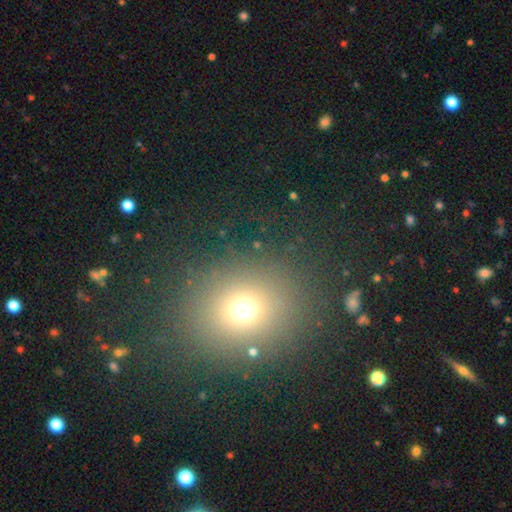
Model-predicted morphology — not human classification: A smooth galaxy with no disk features (63%) that is round (66%). Merging: none (87%).